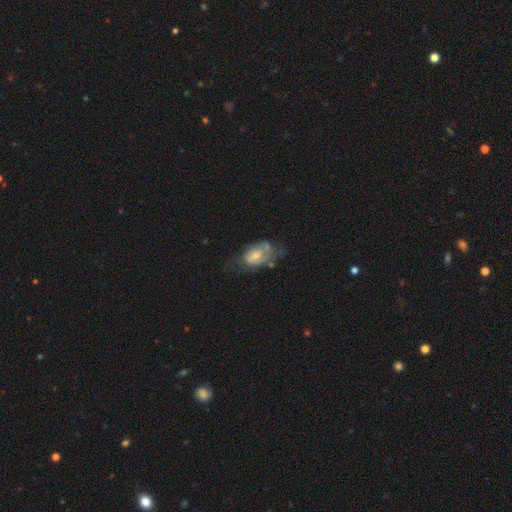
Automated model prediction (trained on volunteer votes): This appears to be a featured or disk galaxy (50%). Merging: none (34%).